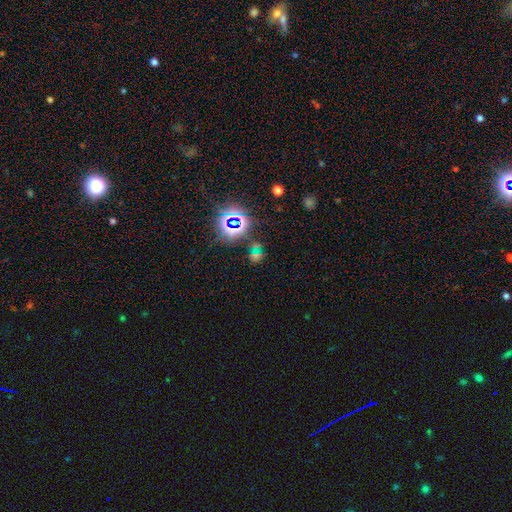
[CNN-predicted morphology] Smooth or featured: star or artifact — 60% (smooth — 30%)